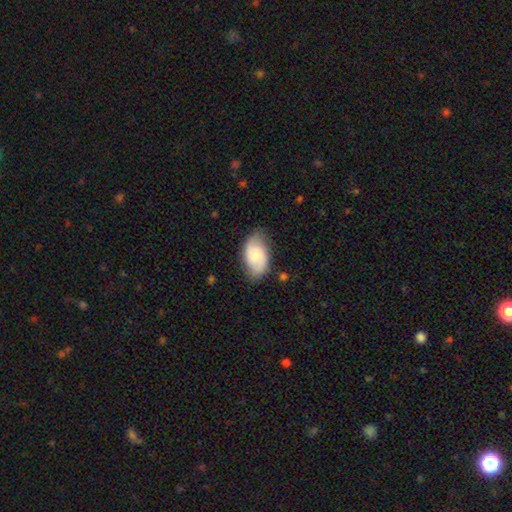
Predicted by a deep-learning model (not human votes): Overall: smooth (60%; featured or disk 33%). How rounded: in between (93%). Merging: none (70%).